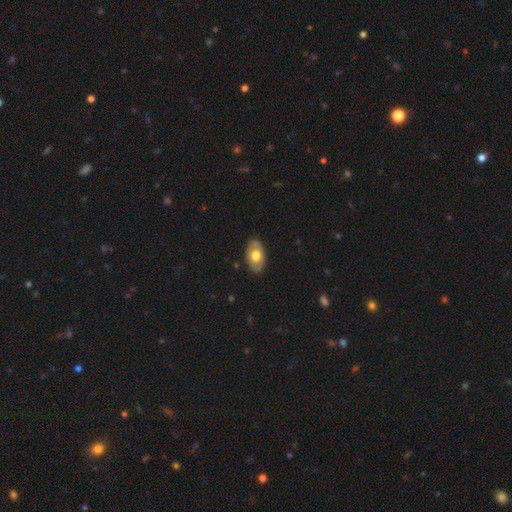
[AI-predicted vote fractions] Q: Smooth or featured?
A: smooth (55%); runner-up: featured or disk (40%)
Q: How rounded?
A: in between (90%); runner-up: round (9%)
Q: Merging?
A: none (84%); runner-up: minor disturbance (12%)